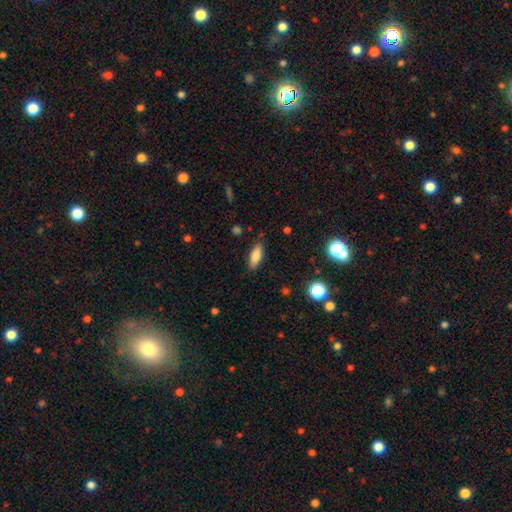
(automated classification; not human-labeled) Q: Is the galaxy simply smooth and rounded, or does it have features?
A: smooth — 81%.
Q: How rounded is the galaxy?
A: in between — 70%.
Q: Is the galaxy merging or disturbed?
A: none — 84%.